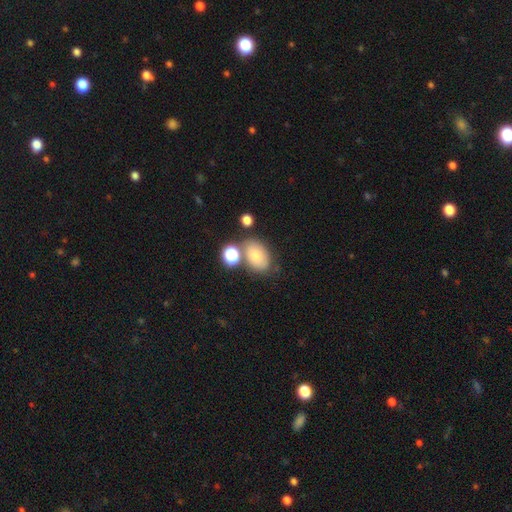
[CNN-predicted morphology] This appears to be a smooth galaxy with no disk features (75%) that is in between round and cigar-shaped (81%). Merging: none (61%).